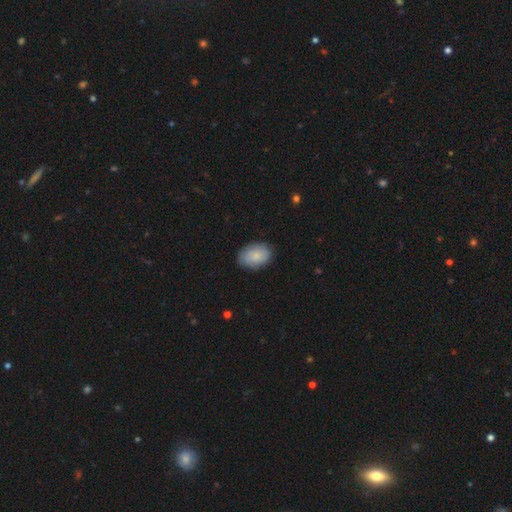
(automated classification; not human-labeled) Q: Smooth or featured?
A: smooth (77%); runner-up: featured or disk (17%)
Q: How rounded?
A: in between (82%); runner-up: round (17%)
Q: Merging?
A: none (82%); runner-up: minor disturbance (14%)